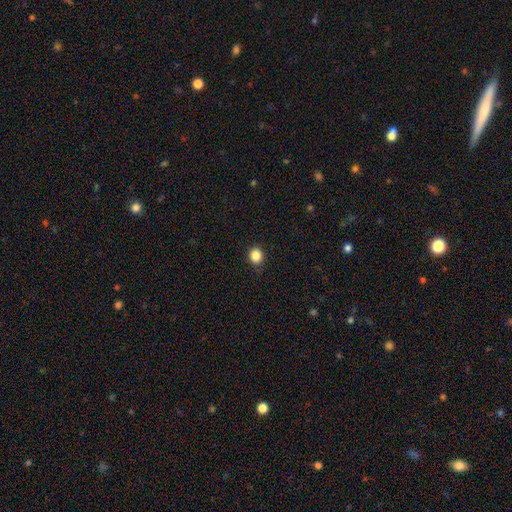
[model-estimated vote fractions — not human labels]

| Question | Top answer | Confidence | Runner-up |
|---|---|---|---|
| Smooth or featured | smooth | 85% | star or artifact (11%) |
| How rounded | round | 76% | in between (23%) |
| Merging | none | 91% | minor disturbance (7%) |